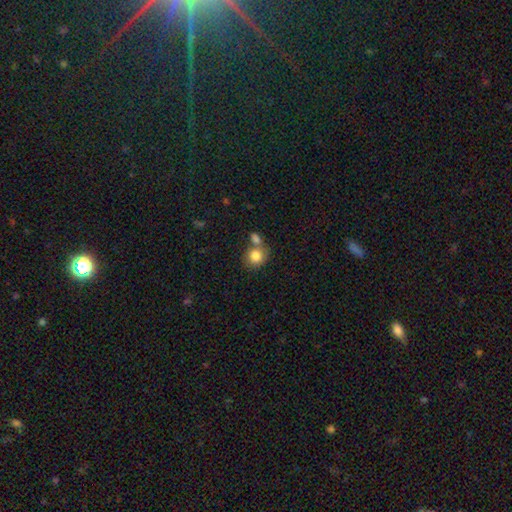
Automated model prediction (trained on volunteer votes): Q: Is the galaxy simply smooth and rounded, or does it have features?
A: smooth — 82%.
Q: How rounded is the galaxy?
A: round — 75%.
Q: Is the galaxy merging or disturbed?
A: none — 50%.